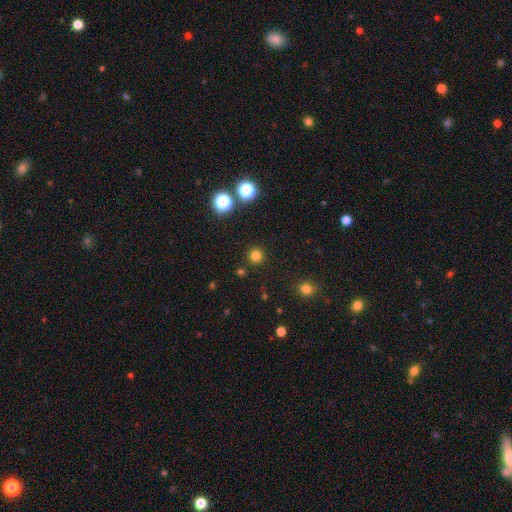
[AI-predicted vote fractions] Smooth or featured?
  - smooth: 78% *
  - star or artifact: 18%
  - featured or disk: 4%
How rounded?
  - round: 95% *
  - in between: 4%
  - cigar-shaped: 1%
Merging?
  - none: 91% *
  - minor disturbance: 5%
  - major disturbance: 2%
  - merger: 2%